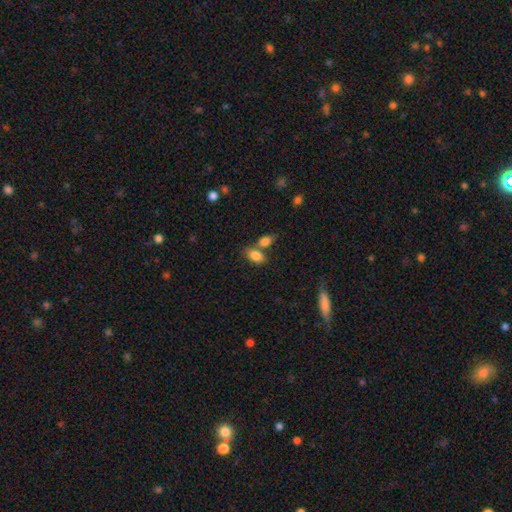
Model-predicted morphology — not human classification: smooth-or-featured: smooth: 84% | star or artifact: 8% | featured or disk: 8%
  how-rounded: in between: 86% | round: 12% | cigar-shaped: 2%
  merging: none: 48% | merger: 36% | minor disturbance: 12% | major disturbance: 4%